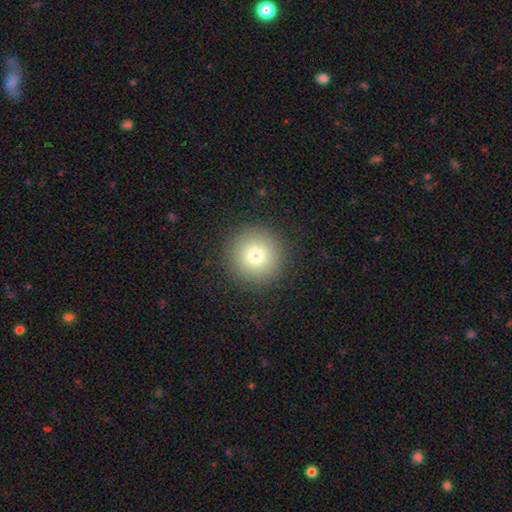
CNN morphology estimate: A smooth galaxy with no disk features (78%) that is round (96%). Merging: none (91%).